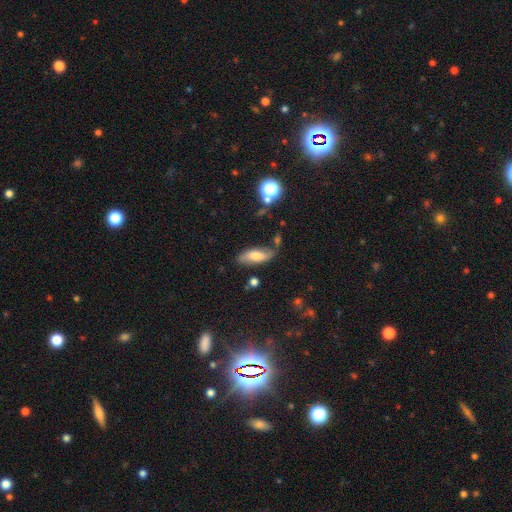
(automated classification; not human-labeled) smooth 58%, featured or disk 33%, star or artifact 9%. Down the decision tree: how rounded — in between (77%); merging — none (69%).